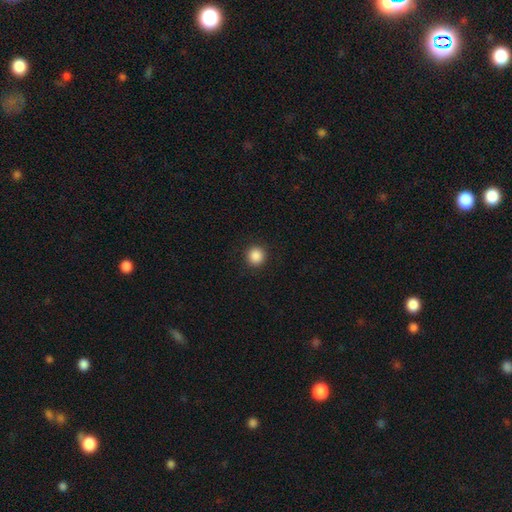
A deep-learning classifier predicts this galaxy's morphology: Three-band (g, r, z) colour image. It shows a smooth galaxy with no disk features (88%) that is round (94%). Merging: none (92%).